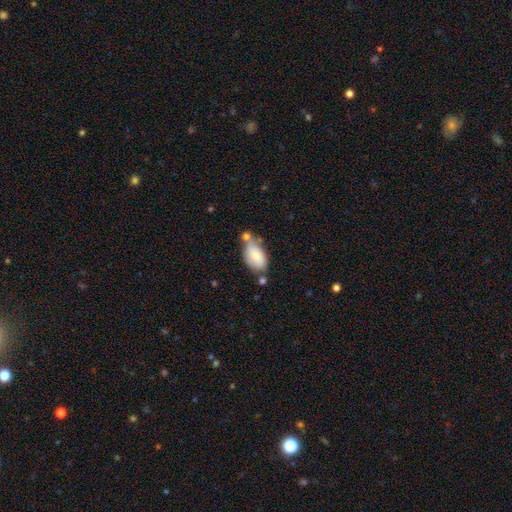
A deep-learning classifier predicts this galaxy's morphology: The model was most divided on "merging": none: 46%, merger: 25%, minor disturbance: 23%, major disturbance: 7%. More confident: how rounded — in between (92%); smooth or featured — smooth (72%).